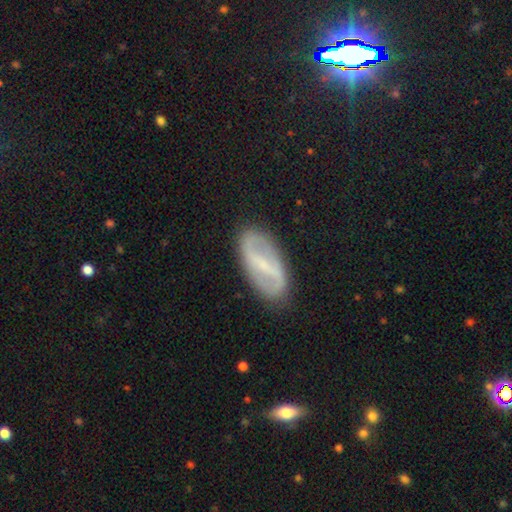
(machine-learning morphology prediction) Smooth or featured?
  - featured or disk: 69% *
  - smooth: 20%
  - star or artifact: 10%
Edge-on disk?
  - no: 91% *
  - yes: 9%
Bar?
  - strong: 53% *
  - weak: 34%
  - no: 12%
Spiral arms?
  - yes: 77% *
  - no: 23%
Bulge size?
  - small: 56% *
  - none: 26%
  - moderate: 15%
  - large: 2%
  - dominant: 1%
Merging?
  - none: 85% *
  - minor disturbance: 11%
  - major disturbance: 3%
  - merger: 1%